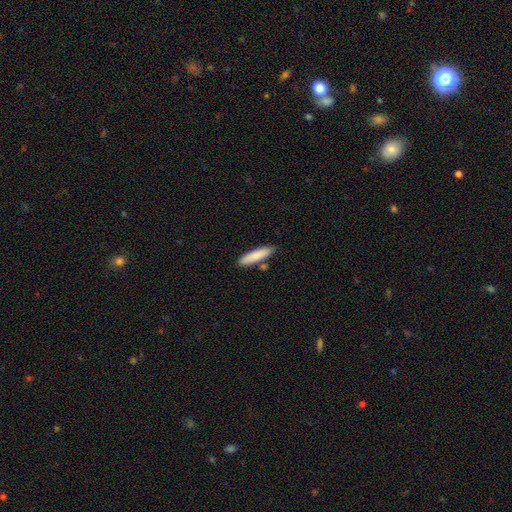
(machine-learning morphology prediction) This is clearly a smooth galaxy (84%). How rounded: likely cigar-shaped (74%). Merging: likely none (79%).